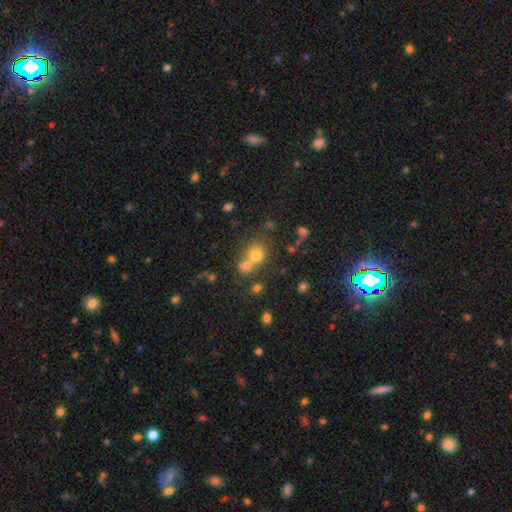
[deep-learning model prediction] smooth_or_featured: smooth (p=0.71) [alt: star or artifact p=0.17]
how_rounded: round (p=0.78) [alt: in between p=0.21]
merging: none (p=0.47) [alt: merger p=0.40]